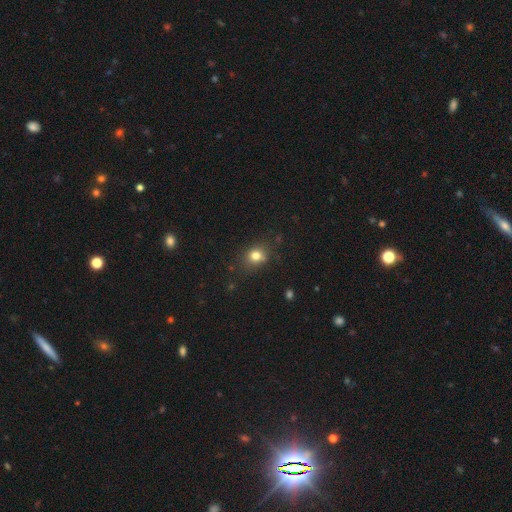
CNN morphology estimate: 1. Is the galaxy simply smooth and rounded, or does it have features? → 77% smooth, 14% star or artifact, 8% featured or disk.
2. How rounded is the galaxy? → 64% round, 34% in between, 1% cigar-shaped.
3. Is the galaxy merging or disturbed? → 76% none, 16% minor disturbance, 5% major disturbance, 3% merger.